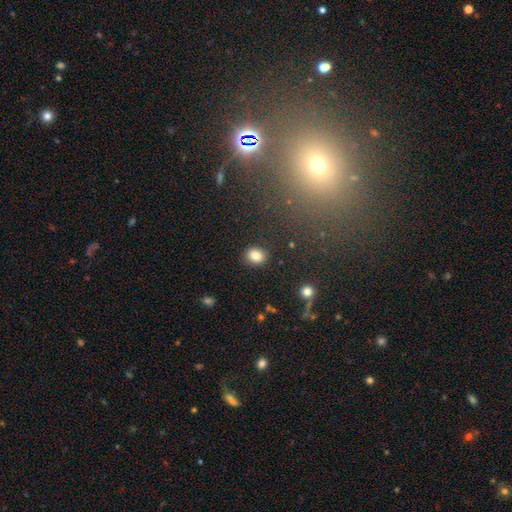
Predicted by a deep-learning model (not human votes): smooth_or_featured: smooth (p=0.84) [alt: star or artifact p=0.10]
how_rounded: round (p=0.57) [alt: in between p=0.42]
merging: none (p=0.88) [alt: minor disturbance p=0.08]